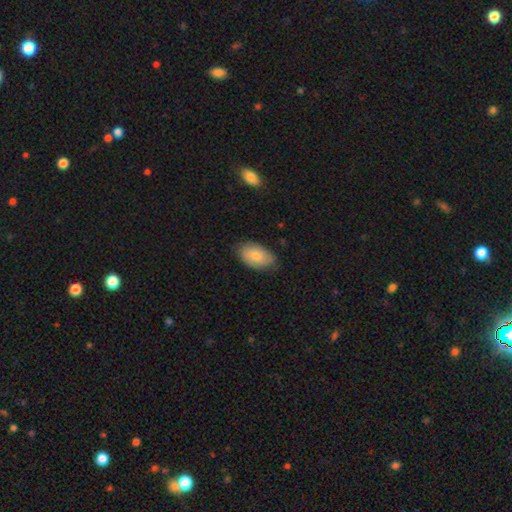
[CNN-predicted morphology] smooth_or_featured: smooth (p=0.75) [alt: featured or disk p=0.20]
how_rounded: in between (p=0.94) [alt: round p=0.04]
merging: none (p=0.77) [alt: minor disturbance p=0.19]